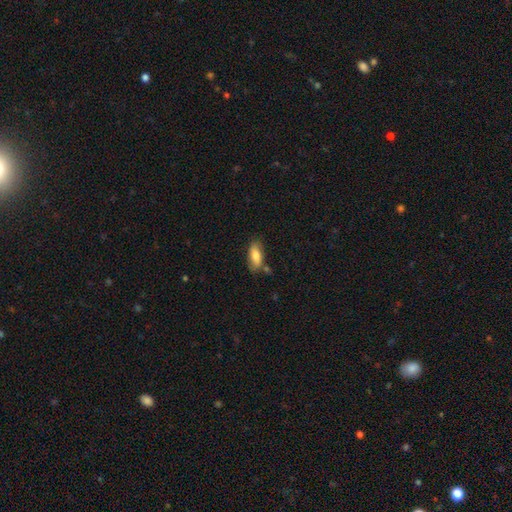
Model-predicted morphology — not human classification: Smooth or featured: smooth — 74% (featured or disk — 19%)
How rounded: in between — 80% (cigar-shaped — 17%)
Merging: none — 68% (minor disturbance — 20%)